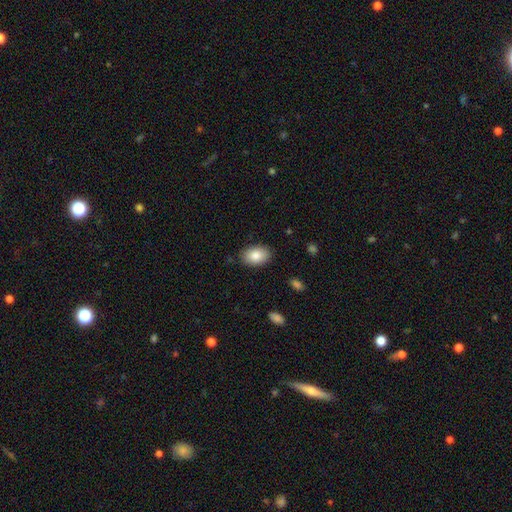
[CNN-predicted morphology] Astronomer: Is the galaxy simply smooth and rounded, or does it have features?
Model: smooth — 86%.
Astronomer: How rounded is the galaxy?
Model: in between — 89%.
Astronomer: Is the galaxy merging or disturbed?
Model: none — 87%.